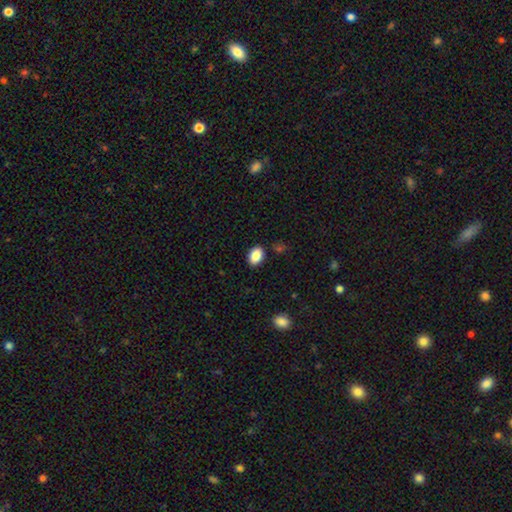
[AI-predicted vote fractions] Smooth or featured?
  - smooth: 87% *
  - star or artifact: 8%
  - featured or disk: 5%
How rounded?
  - in between: 84% *
  - round: 14%
  - cigar-shaped: 1%
Merging?
  - none: 87% *
  - minor disturbance: 9%
  - major disturbance: 2%
  - merger: 2%